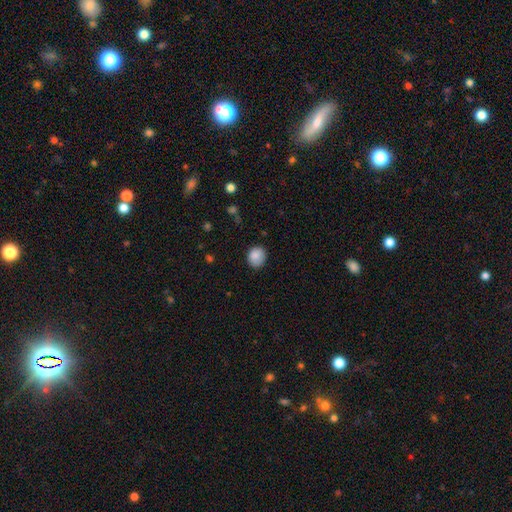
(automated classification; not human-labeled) Overall: smooth (87%). How rounded: round (75%). Merging: none (79%).